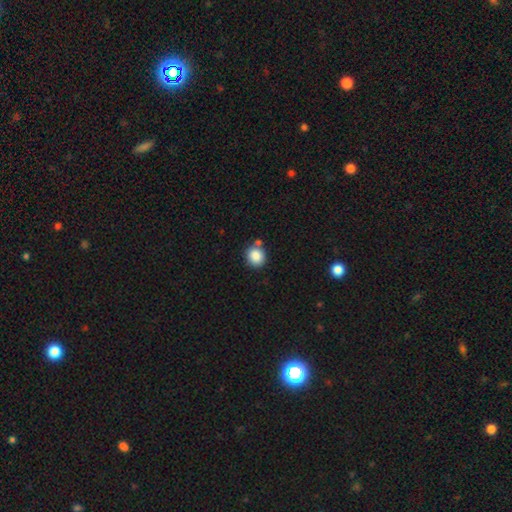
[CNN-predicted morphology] A smooth galaxy with no disk features (87%) that is round (82%). Merging: none (72%).